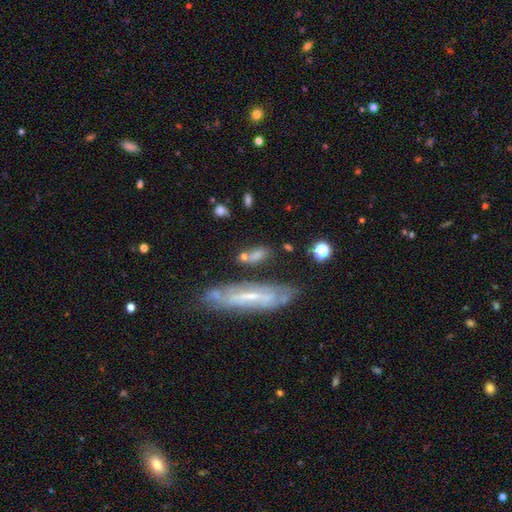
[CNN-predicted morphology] Smooth or featured? Predicted: smooth (p=0.59). How rounded? Predicted: in between (p=0.58). Merging? Predicted: none (p=0.60).